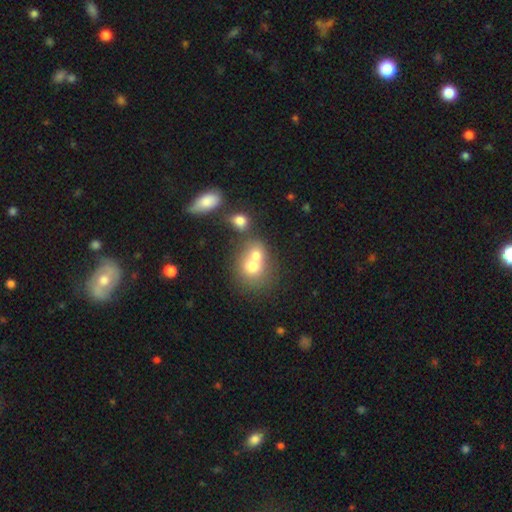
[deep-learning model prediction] smooth 68%, featured or disk 21%, star or artifact 11%. Down the decision tree: how rounded — round (66%); merging — merger (67%).